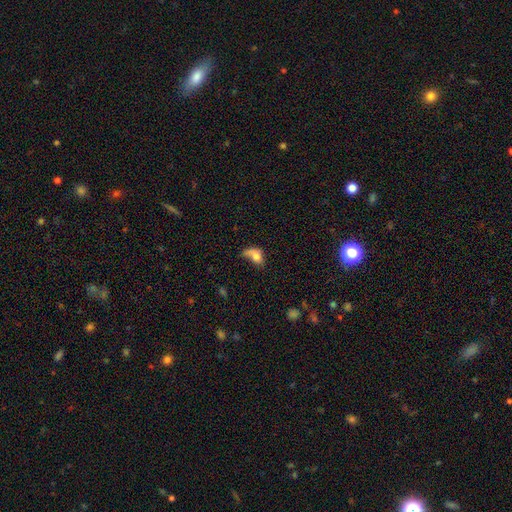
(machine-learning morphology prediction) Smooth or featured? Predicted: smooth (p=0.65). How rounded? Predicted: in between (p=0.75). Merging? Predicted: major disturbance (p=0.39).